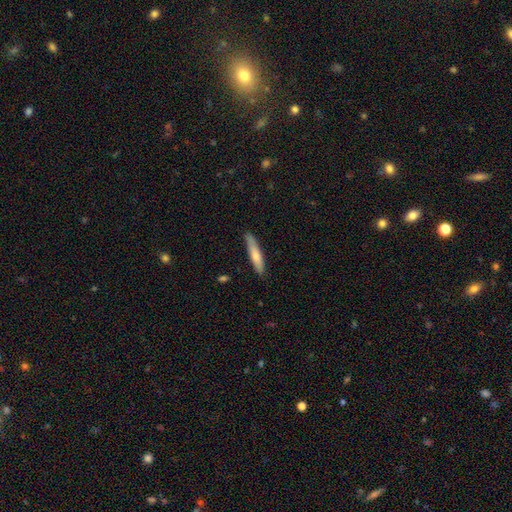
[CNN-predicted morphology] smooth_or_featured: smooth (p=0.72) [alt: featured or disk p=0.23]
how_rounded: cigar-shaped (p=0.87) [alt: in between p=0.12]
merging: none (p=0.83) [alt: minor disturbance p=0.13]